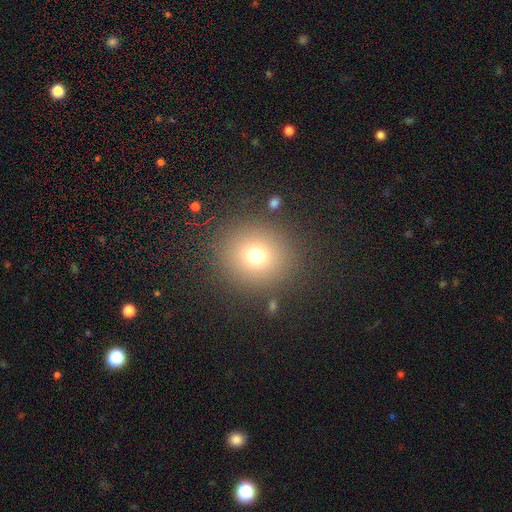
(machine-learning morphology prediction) type=smooth (72%); roundness=round (87%); merging=none (86%).